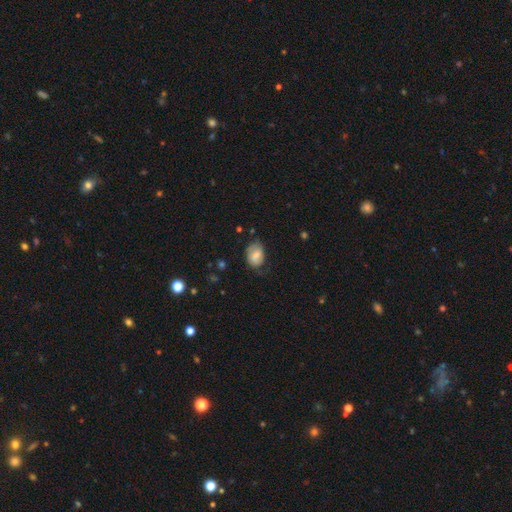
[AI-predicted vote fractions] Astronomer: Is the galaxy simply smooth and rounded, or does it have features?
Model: smooth — 64%.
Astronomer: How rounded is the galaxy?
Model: in between — 78%.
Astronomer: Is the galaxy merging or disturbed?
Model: none — 56%.